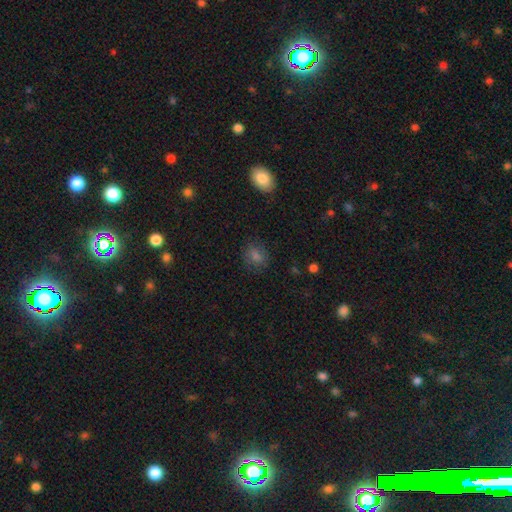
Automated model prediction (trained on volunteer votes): A smooth galaxy with no disk features (74%) that is round (71%).

Vote fractions:
- Smooth or featured? smooth: 74% / star or artifact: 16% / featured or disk: 10%
- How rounded? round: 71% / in between: 28% / cigar-shaped: 1%
- Merging? none: 86% / minor disturbance: 10% / major disturbance: 3% / merger: 1%